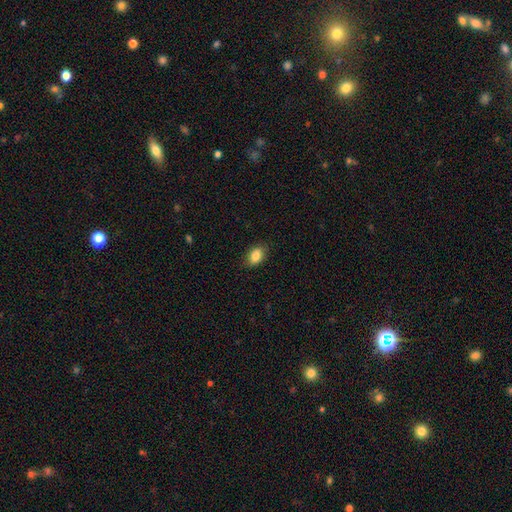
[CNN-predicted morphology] A smooth galaxy with no disk features (85%) that is in between round and cigar-shaped (85%).

Vote fractions:
- Smooth or featured? smooth: 85% / star or artifact: 8% / featured or disk: 7%
- How rounded? in between: 85% / round: 13% / cigar-shaped: 2%
- Merging? none: 84% / minor disturbance: 13% / major disturbance: 3% / merger: 1%